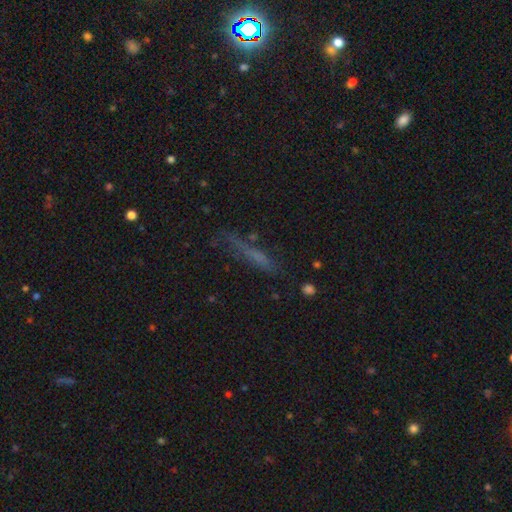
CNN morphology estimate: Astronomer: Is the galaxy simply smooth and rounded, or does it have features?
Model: smooth — 51% (runner-up: featured or disk, 31%).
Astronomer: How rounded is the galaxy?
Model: cigar-shaped — 86%.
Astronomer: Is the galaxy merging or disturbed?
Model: none — 65%.